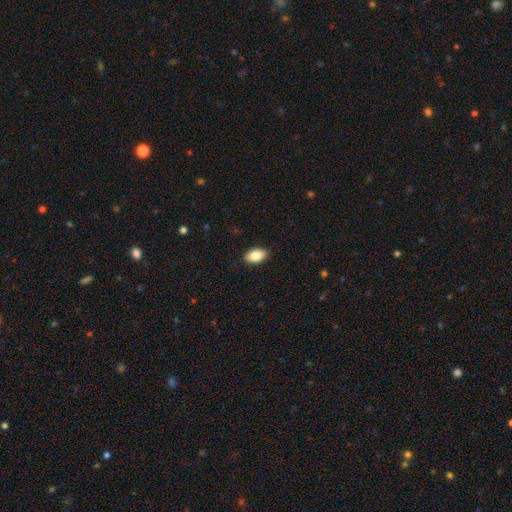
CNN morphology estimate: Smooth or featured? Predicted: smooth (p=0.86). How rounded? Predicted: in between (p=0.93). Merging? Predicted: none (p=0.90).